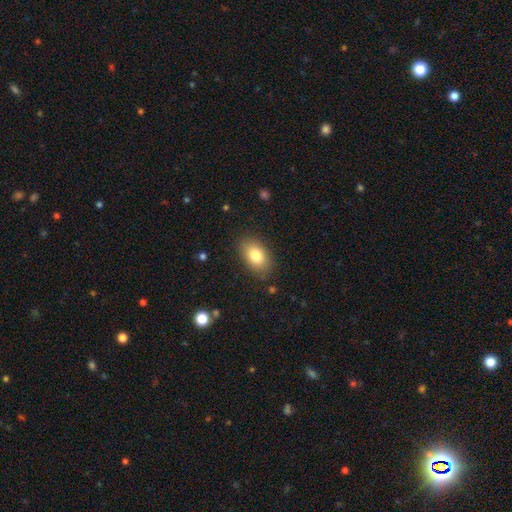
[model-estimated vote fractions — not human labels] smooth_or_featured: smooth (p=0.81) [alt: featured or disk p=0.11]
how_rounded: in between (p=0.87) [alt: round p=0.11]
merging: none (p=0.84) [alt: minor disturbance p=0.11]